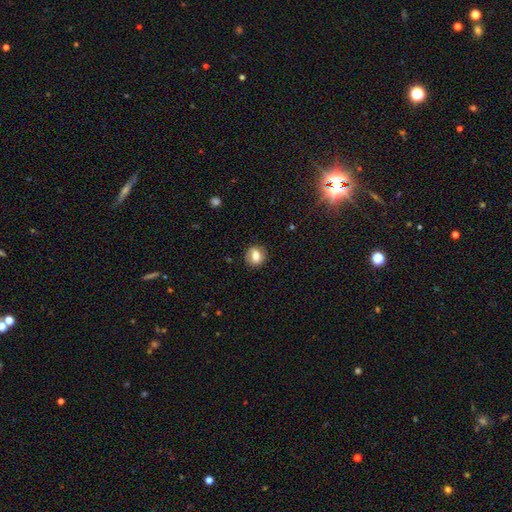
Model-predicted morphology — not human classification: smooth 70%, featured or disk 21%, star or artifact 9%. Down the decision tree: how rounded — round (77%); merging — none (84%).